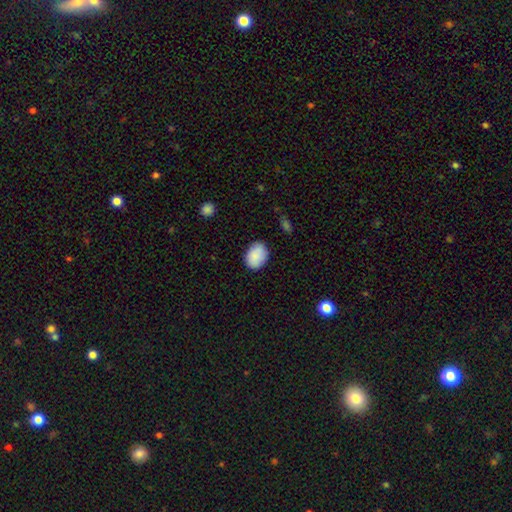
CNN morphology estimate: smooth-or-featured: smooth: 88% | star or artifact: 7% | featured or disk: 5%
  how-rounded: in between: 68% | round: 31% | cigar-shaped: 1%
  merging: none: 81% | minor disturbance: 15% | major disturbance: 3% | merger: 1%